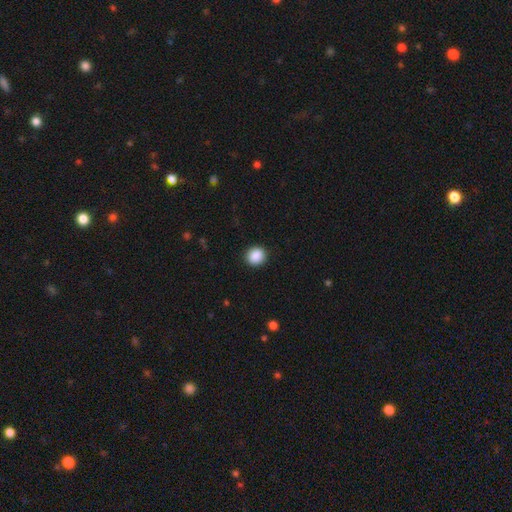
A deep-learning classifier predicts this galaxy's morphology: smooth_or_featured: smooth (p=0.89) [alt: star or artifact p=0.08]
how_rounded: round (p=0.83) [alt: in between p=0.16]
merging: none (p=0.92) [alt: minor disturbance p=0.06]